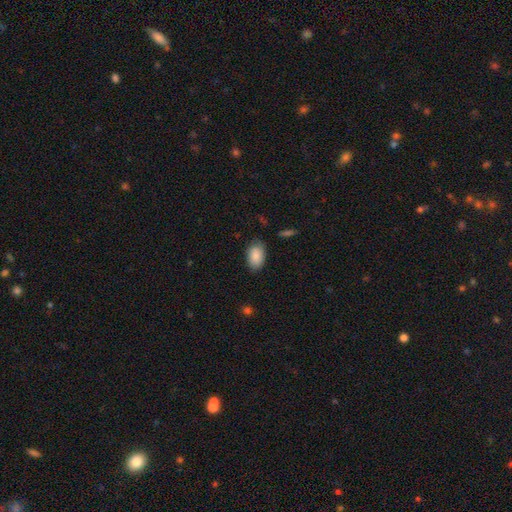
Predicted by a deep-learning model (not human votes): Morphology: type=smooth (88%); roundness=in between (92%); merging=none (79%).